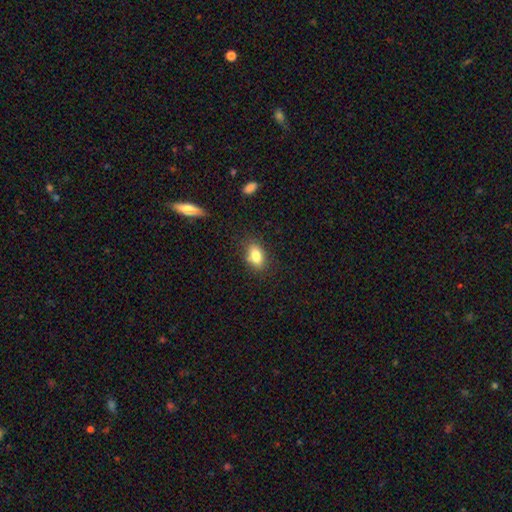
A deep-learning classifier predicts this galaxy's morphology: A smooth galaxy with no disk features (82%) that is in between round and cigar-shaped (85%).

Vote fractions:
- Smooth or featured? smooth: 82% / star or artifact: 9% / featured or disk: 9%
- How rounded? in between: 85% / round: 12% / cigar-shaped: 3%
- Merging? none: 80% / minor disturbance: 13% / merger: 4% / major disturbance: 3%